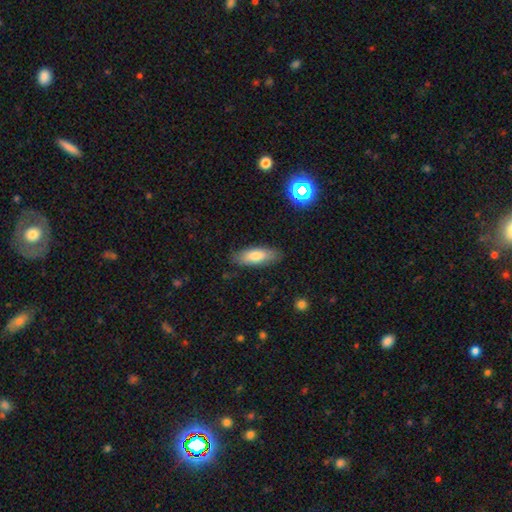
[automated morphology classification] Smooth or featured? smooth (76%)
How rounded? in between (64%)
Merging? none (83%)